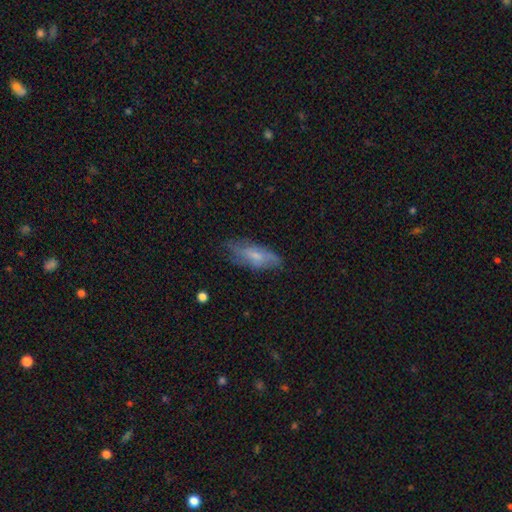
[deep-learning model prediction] Overall: featured or disk (47%; smooth 46%). Merging: none (62%; minor disturbance 26%).